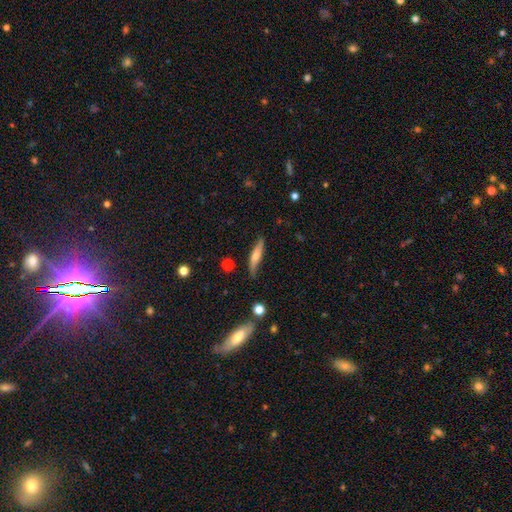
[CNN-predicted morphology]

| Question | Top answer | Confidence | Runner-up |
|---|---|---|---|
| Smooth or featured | smooth | 56% | featured or disk (38%) |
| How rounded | cigar-shaped | 84% | in between (14%) |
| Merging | none | 76% | minor disturbance (19%) |